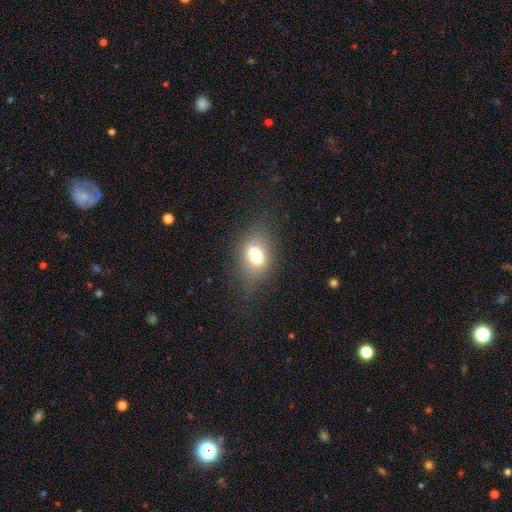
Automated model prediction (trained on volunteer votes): Smooth or featured? Predicted: smooth (p=0.67). How rounded? Predicted: in between (p=0.79). Merging? Predicted: none (p=0.70).